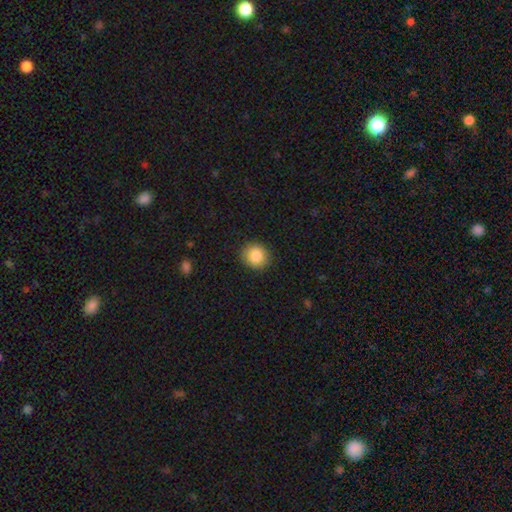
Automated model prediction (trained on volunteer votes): A smooth galaxy with no disk features (87%) that is round (82%). Merging: none (90%).